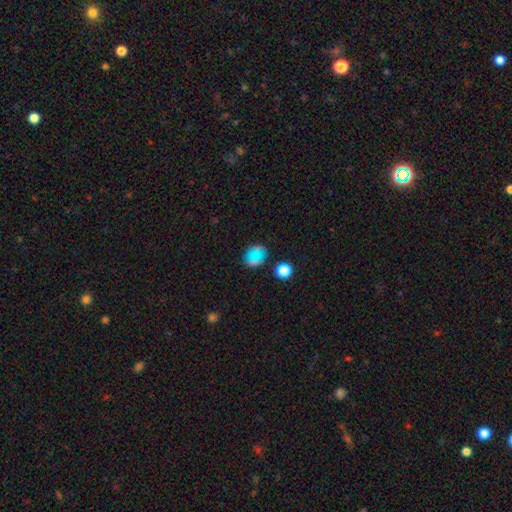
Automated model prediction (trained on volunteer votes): smooth_or_featured: smooth (p=0.61) [alt: star or artifact p=0.29]
how_rounded: round (p=0.70) [alt: in between p=0.29]
merging: none (p=0.78) [alt: minor disturbance p=0.13]